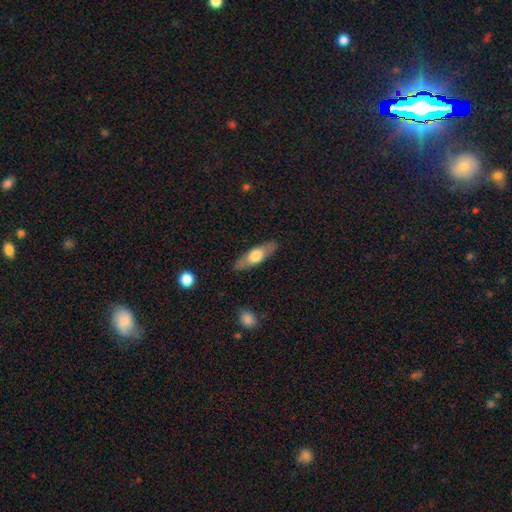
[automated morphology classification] This appears to be a smooth galaxy with no disk features (54%) that is in between round and cigar-shaped (49%). Merging: none (86%).